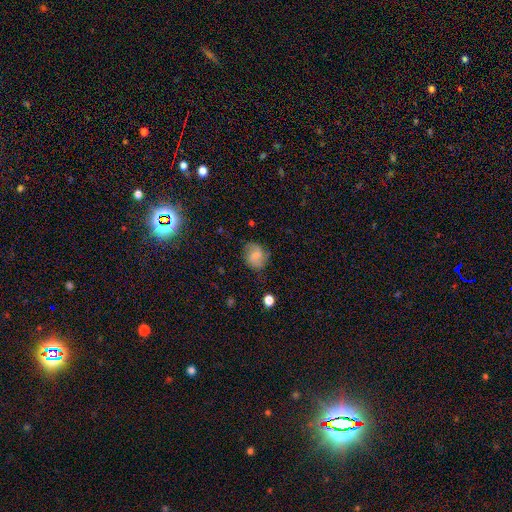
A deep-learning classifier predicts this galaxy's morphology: Overall: smooth (63%; featured or disk 27%). How rounded: round (59%; in between 40%). Merging: none (64%; minor disturbance 25%).